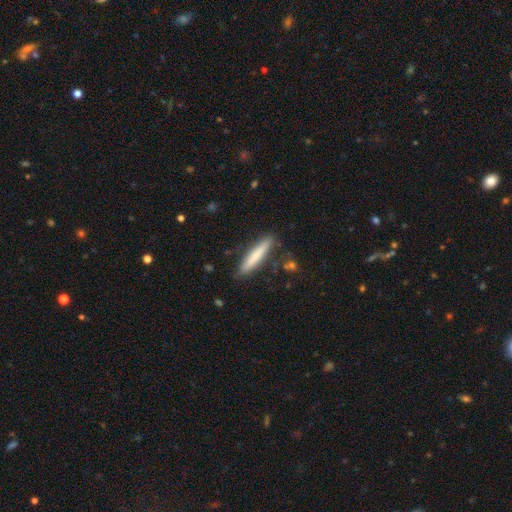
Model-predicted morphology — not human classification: smooth 73%, featured or disk 21%, star or artifact 6%. Down the decision tree: how rounded — cigar-shaped (91%); merging — none (85%).